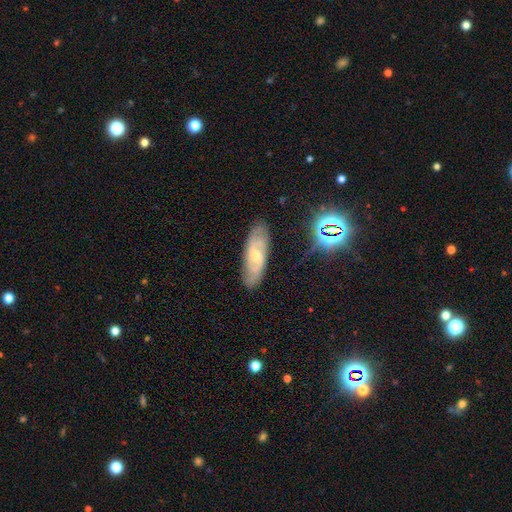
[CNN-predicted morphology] smooth_or_featured: featured or disk (p=0.72) [alt: smooth p=0.18]
disk_edge_on: no (p=0.86) [alt: yes p=0.14]
bar: weak (p=0.52) [alt: no p=0.32]
has_spiral_arms: yes (p=0.90) [alt: no p=0.10]
spiral_winding: medium (p=0.42) [alt: tight p=0.39]
spiral_arm_count: 2 (p=0.59) [alt: can't tell p=0.27]
bulge_size: small (p=0.57) [alt: moderate p=0.37]
merging: none (p=0.81) [alt: minor disturbance p=0.14]